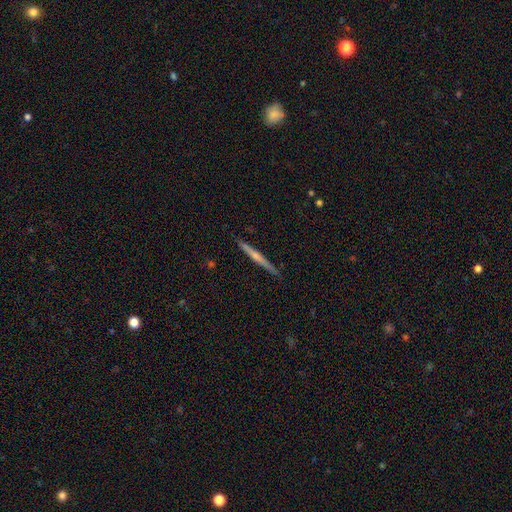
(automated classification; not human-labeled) Q: Smooth or featured?
A: featured or disk (55%); runner-up: smooth (39%)
Q: Edge-on disk?
A: yes (97%); runner-up: no (3%)
Q: Edge-on bulge?
A: none (51%); runner-up: rounded (43%)
Q: Merging?
A: none (89%); runner-up: minor disturbance (8%)